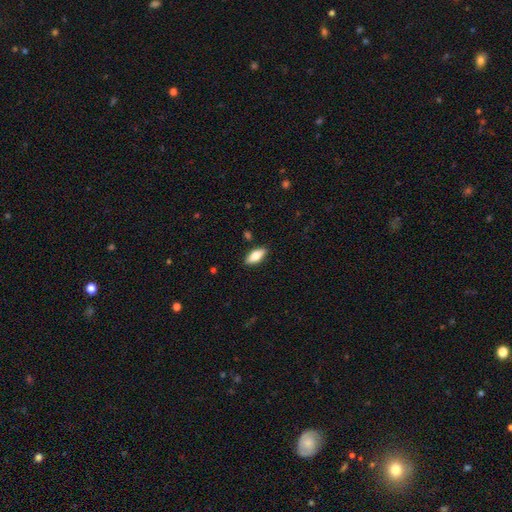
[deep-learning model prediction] This is likely a smooth galaxy (71%). How rounded: likely in between (80%). Merging: clearly none (88%).